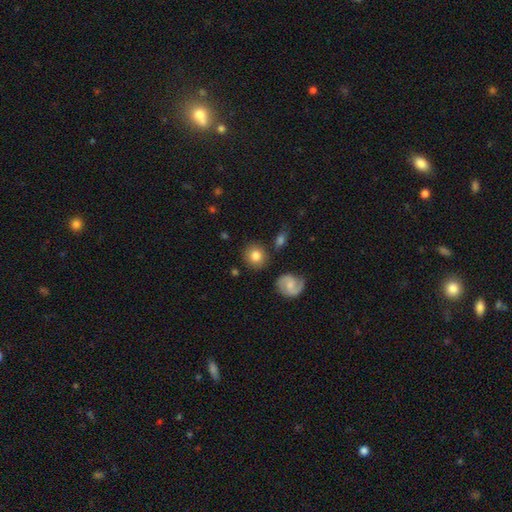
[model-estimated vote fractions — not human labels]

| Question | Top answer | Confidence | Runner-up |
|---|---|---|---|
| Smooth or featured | smooth | 76% | featured or disk (17%) |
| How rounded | round | 90% | in between (9%) |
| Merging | none | 84% | minor disturbance (9%) |